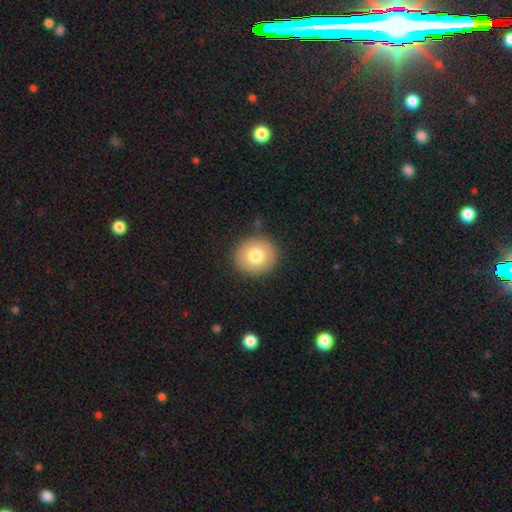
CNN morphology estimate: Overall: smooth (78%). How rounded: round (87%). Merging: none (89%).